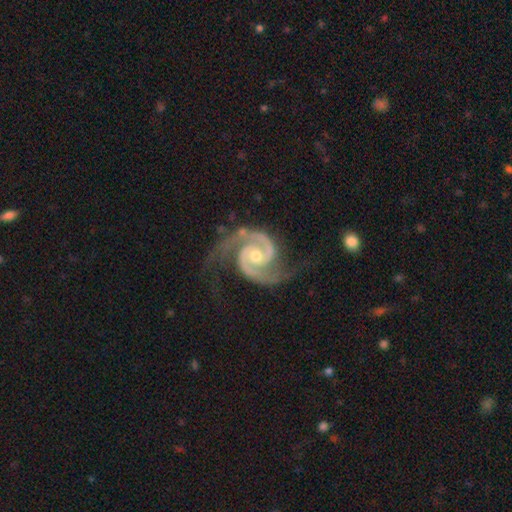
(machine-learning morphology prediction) Smooth or featured? Predicted: featured or disk (p=0.94). Edge-on disk? Predicted: no (p=0.98). Bar? Predicted: no (p=0.62). Spiral arms? Predicted: yes (p=0.99). Spiral winding? Predicted: medium (p=0.54). Spiral arm count? Predicted: 2 (p=0.93). Bulge size? Predicted: moderate (p=0.59). Merging? Predicted: none (p=0.68).